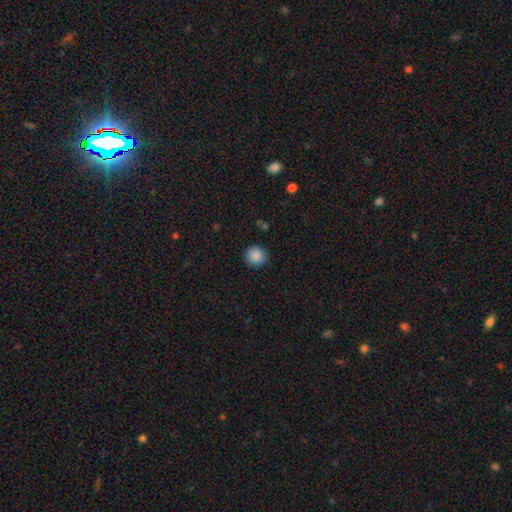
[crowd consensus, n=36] This is clearly a smooth galaxy (94%). How rounded: clearly round (97%). Merging: clearly none (83%).